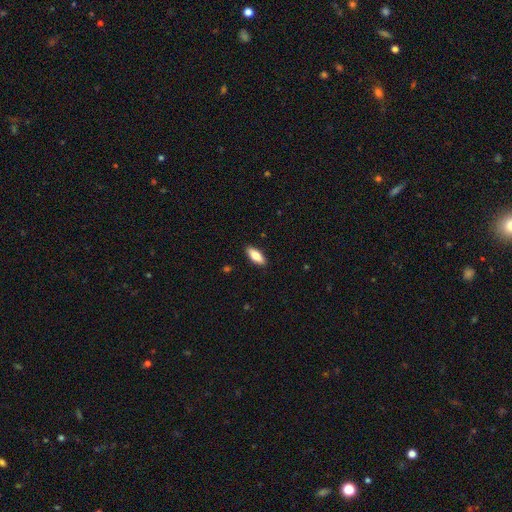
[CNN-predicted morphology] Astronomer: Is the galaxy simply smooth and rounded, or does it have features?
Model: smooth — 80%.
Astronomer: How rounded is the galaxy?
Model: in between — 77%.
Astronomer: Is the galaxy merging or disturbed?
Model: none — 90%.